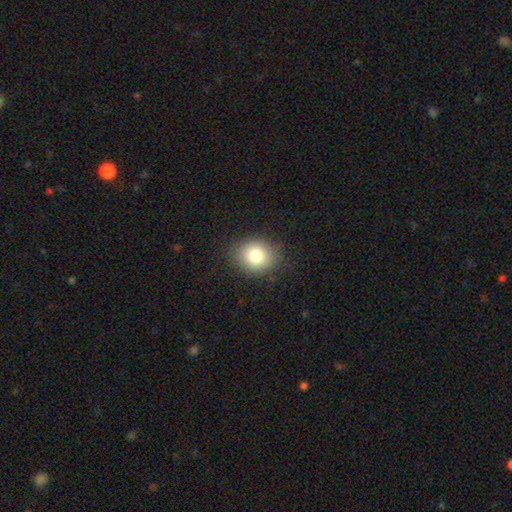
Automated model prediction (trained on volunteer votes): Smooth or featured?
  - smooth: 81% *
  - star or artifact: 10%
  - featured or disk: 8%
How rounded?
  - round: 63% *
  - in between: 36%
  - cigar-shaped: 1%
Merging?
  - none: 86% *
  - minor disturbance: 10%
  - major disturbance: 3%
  - merger: 1%